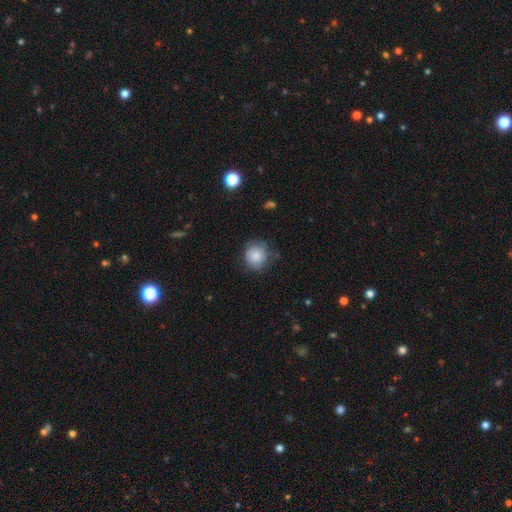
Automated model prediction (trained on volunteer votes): Smooth or featured: smooth — 77% (featured or disk — 15%)
How rounded: round — 89% (in between — 10%)
Merging: none — 69% (minor disturbance — 23%)